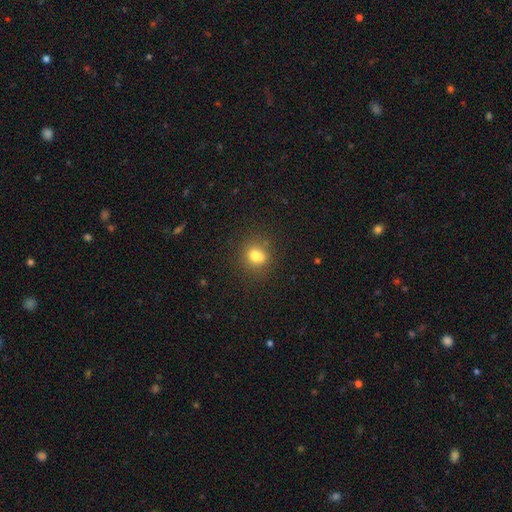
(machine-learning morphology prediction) smooth-or-featured: smooth: 73% | star or artifact: 14% | featured or disk: 13%
  how-rounded: round: 62% | in between: 36% | cigar-shaped: 2%
  merging: none: 61% | merger: 20% | minor disturbance: 14% | major disturbance: 5%